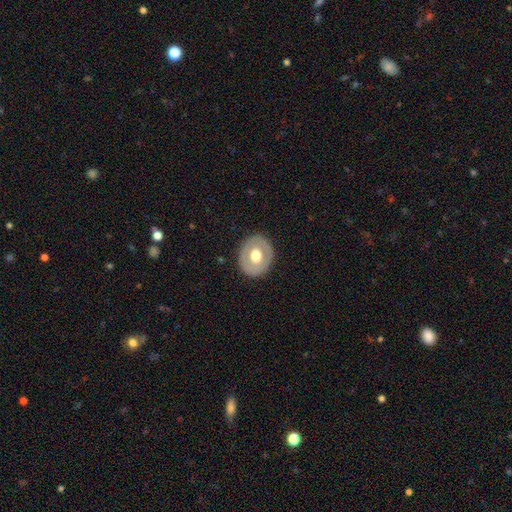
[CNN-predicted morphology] Smooth or featured?
  - smooth: 52% *
  - featured or disk: 42%
  - star or artifact: 6%
How rounded?
  - round: 58% *
  - in between: 41%
  - cigar-shaped: 1%
Merging?
  - none: 86% *
  - minor disturbance: 10%
  - major disturbance: 3%
  - merger: 1%